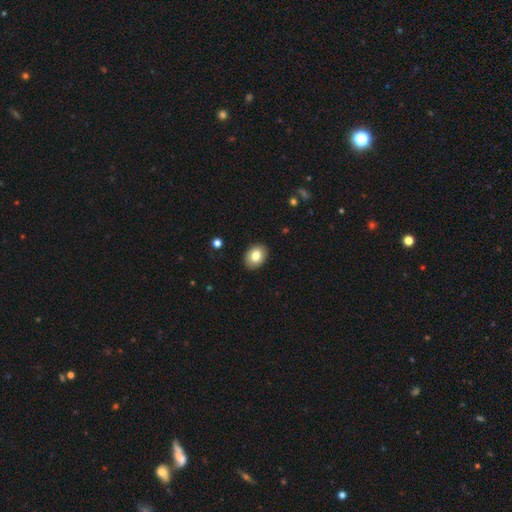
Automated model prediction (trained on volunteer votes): Smooth or featured: smooth — 81% (featured or disk — 11%)
How rounded: in between — 70% (round — 29%)
Merging: none — 90% (minor disturbance — 7%)